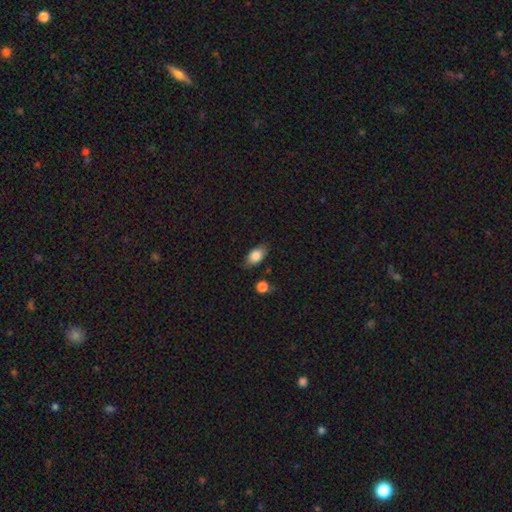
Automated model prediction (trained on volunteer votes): A smooth galaxy with no disk features (82%) that is in between round and cigar-shaped (87%).

Vote fractions:
- Smooth or featured? smooth: 82% / featured or disk: 10% / star or artifact: 8%
- How rounded? in between: 87% / round: 9% / cigar-shaped: 4%
- Merging? none: 76% / minor disturbance: 17% / major disturbance: 4% / merger: 3%